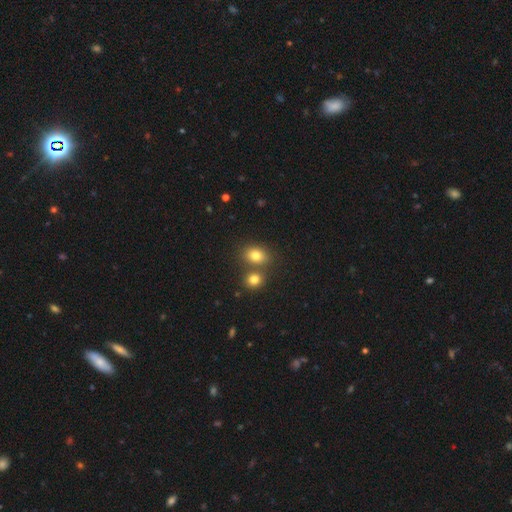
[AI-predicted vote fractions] Q: Smooth or featured?
A: smooth (80%); runner-up: star or artifact (12%)
Q: How rounded?
A: in between (58%); runner-up: round (41%)
Q: Merging?
A: none (56%); runner-up: merger (31%)